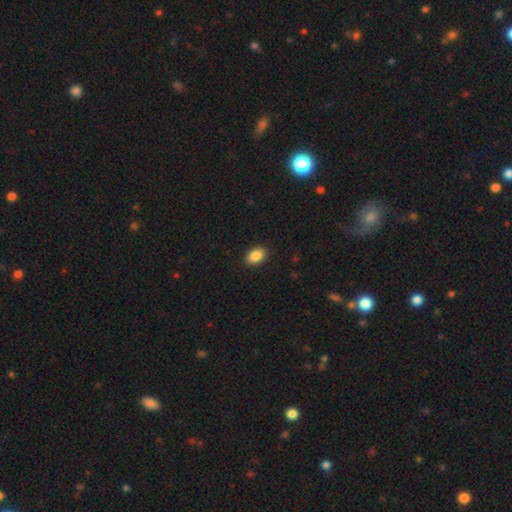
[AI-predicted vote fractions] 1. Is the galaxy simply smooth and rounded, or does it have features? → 88% smooth, 8% star or artifact, 4% featured or disk.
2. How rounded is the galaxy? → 83% in between, 16% round, 1% cigar-shaped.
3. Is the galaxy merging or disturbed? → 90% none, 7% minor disturbance, 2% major disturbance, 1% merger.